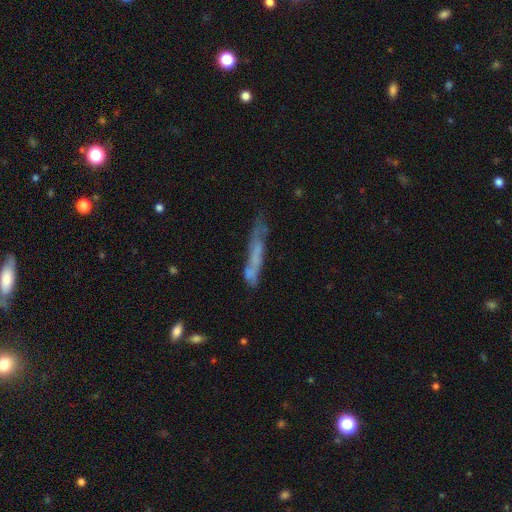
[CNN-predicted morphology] This appears to be a smooth galaxy with no disk features (46%). Merging: none (53%).